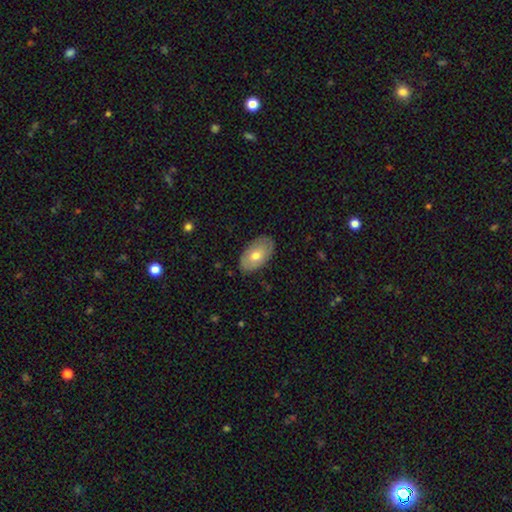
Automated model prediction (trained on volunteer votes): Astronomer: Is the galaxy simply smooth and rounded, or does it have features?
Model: smooth — 66%.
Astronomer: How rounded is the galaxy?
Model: in between — 93%.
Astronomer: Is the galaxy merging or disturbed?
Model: none — 83%.